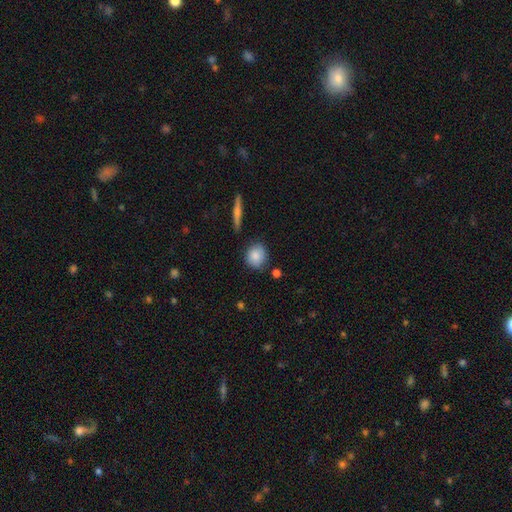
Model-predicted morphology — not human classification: smooth-or-featured: smooth: 84% | featured or disk: 9% | star or artifact: 7%
  how-rounded: round: 82% | in between: 16% | cigar-shaped: 2%
  merging: none: 79% | minor disturbance: 14% | merger: 4% | major disturbance: 3%